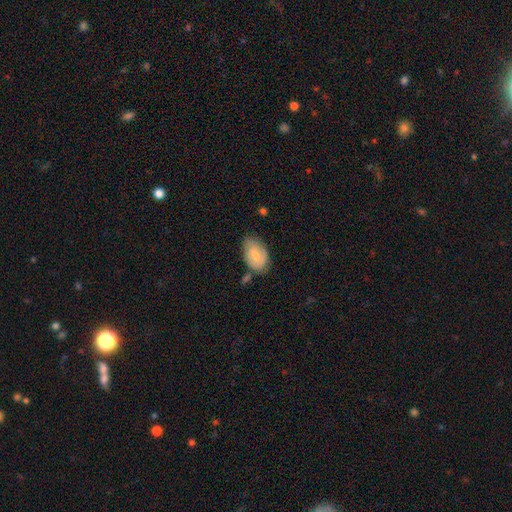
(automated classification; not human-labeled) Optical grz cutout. It shows a smooth galaxy with no disk features (62%) that is in between round and cigar-shaped (89%). Merging: none (56%).